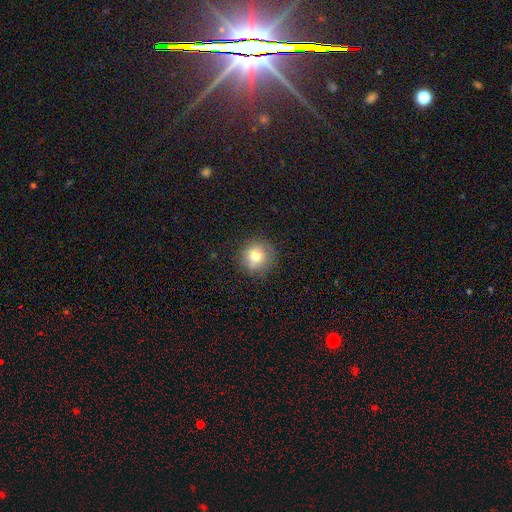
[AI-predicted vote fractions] This is likely a smooth galaxy (75%). How rounded: clearly round (93%). Merging: clearly none (84%).